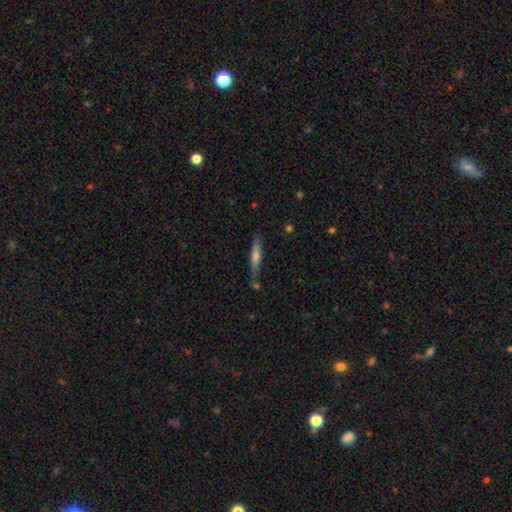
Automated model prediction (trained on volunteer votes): Smooth or featured? Predicted: featured or disk (p=0.60). Edge-on disk? Predicted: yes (p=0.95). Edge-on bulge? Predicted: rounded (p=0.70). Merging? Predicted: none (p=0.81).